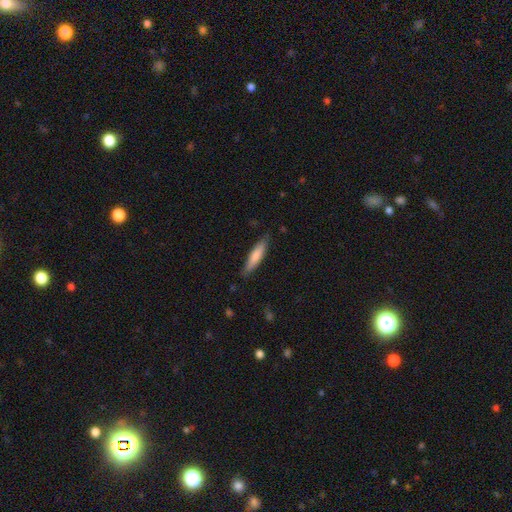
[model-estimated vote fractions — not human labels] Q: Smooth or featured?
A: smooth (75%); runner-up: featured or disk (20%)
Q: How rounded?
A: cigar-shaped (82%); runner-up: in between (17%)
Q: Merging?
A: none (83%); runner-up: minor disturbance (14%)